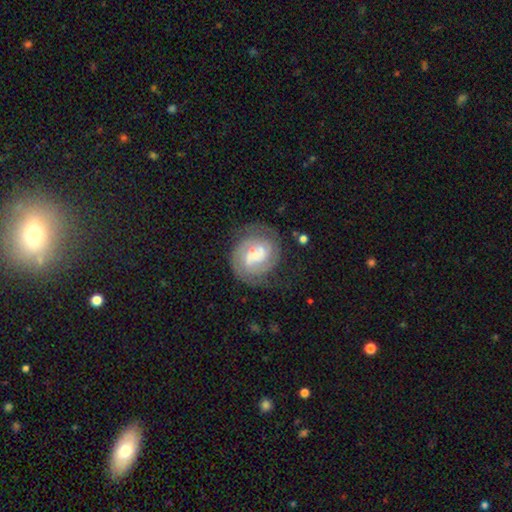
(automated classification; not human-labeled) Smooth or featured?
  - featured or disk: 75% *
  - smooth: 19%
  - star or artifact: 7%
Edge-on disk?
  - no: 98% *
  - yes: 2%
Bar?
  - no: 53% *
  - weak: 36%
  - strong: 10%
Spiral arms?
  - yes: 90% *
  - no: 10%
Spiral winding?
  - tight: 56% *
  - medium: 33%
  - loose: 11%
Spiral arm count?
  - 2: 54% *
  - can't tell: 22%
  - 3: 10%
  - 1: 9%
  - 4: 3%
  - more than 4: 3%
Bulge size?
  - small: 49% *
  - moderate: 22%
  - none: 18%
  - large: 9%
  - dominant: 2%
Merging?
  - none: 59% *
  - minor disturbance: 19%
  - major disturbance: 15%
  - merger: 6%